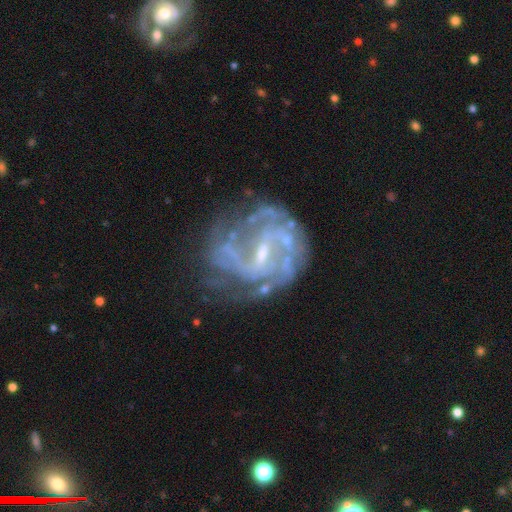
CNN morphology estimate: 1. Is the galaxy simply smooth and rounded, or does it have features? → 87% featured or disk, 7% star or artifact, 6% smooth.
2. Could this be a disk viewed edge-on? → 98% no, 2% yes.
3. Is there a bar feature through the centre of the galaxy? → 51% weak, 30% strong, 19% no.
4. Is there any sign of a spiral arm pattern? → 89% yes, 11% no.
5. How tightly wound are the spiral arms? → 43% medium, 40% tight, 17% loose.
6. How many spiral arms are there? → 38% 2, 28% can't tell, 16% 3, 7% 4, 6% 1, 5% more than 4.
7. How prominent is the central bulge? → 68% small, 21% moderate, 9% none, 1% large, 1% dominant.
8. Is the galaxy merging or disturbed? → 60% none, 20% minor disturbance, 17% major disturbance, 3% merger.